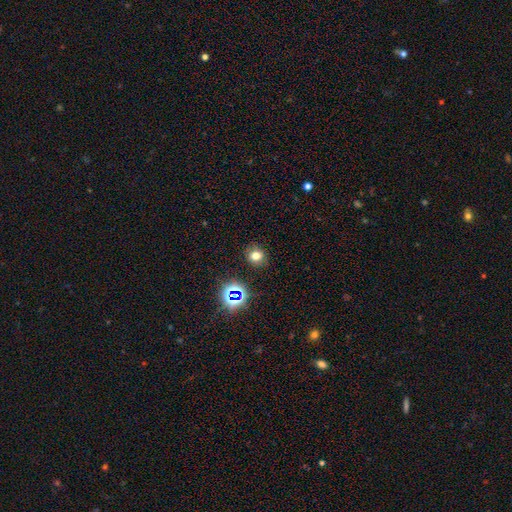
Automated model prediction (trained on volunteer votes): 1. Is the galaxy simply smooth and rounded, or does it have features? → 68% smooth, 22% star or artifact, 10% featured or disk.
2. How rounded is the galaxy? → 72% round, 27% in between, 1% cigar-shaped.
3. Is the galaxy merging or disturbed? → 85% none, 10% minor disturbance, 3% major disturbance, 2% merger.